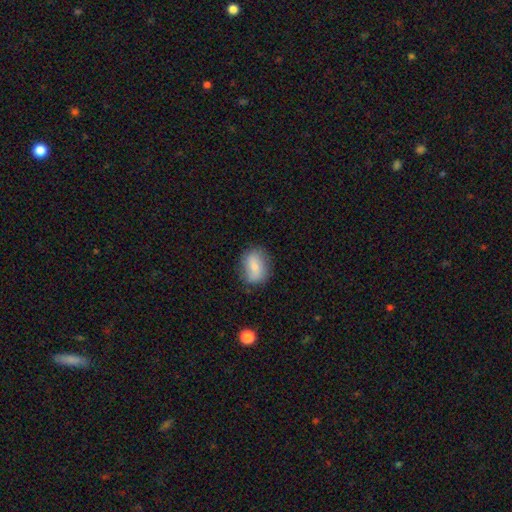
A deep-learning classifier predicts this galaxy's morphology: A smooth galaxy with no disk features (62%) that is in between round and cigar-shaped (73%). Merging: none (80%).